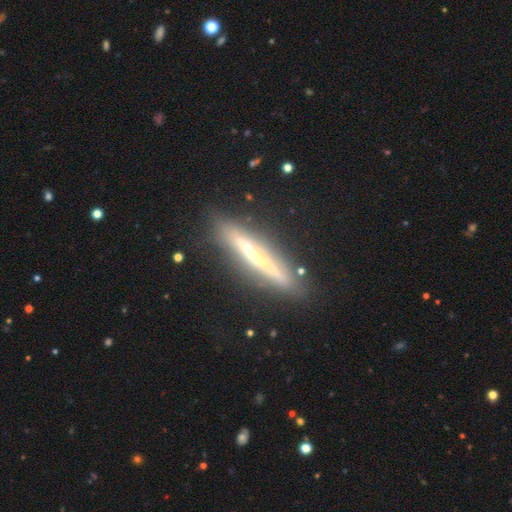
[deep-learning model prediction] Smooth or featured: featured or disk — 71% (smooth — 21%)
Edge-on disk: yes — 94% (no — 6%)
Edge-on bulge: none — 68% (rounded — 22%)
Merging: none — 84% (minor disturbance — 11%)